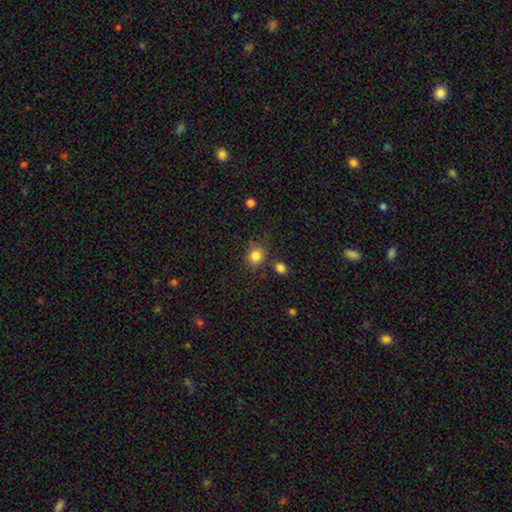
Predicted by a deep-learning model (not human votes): Morphology: type=smooth (84%); roundness=round (77%); merging=none (77%).